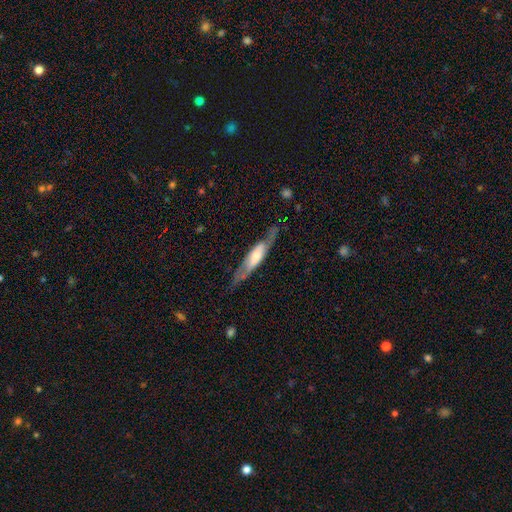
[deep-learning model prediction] Overall: featured or disk (63%; smooth 32%). Edge-on disk: yes (63%; no 37%). Merging: none (73%).